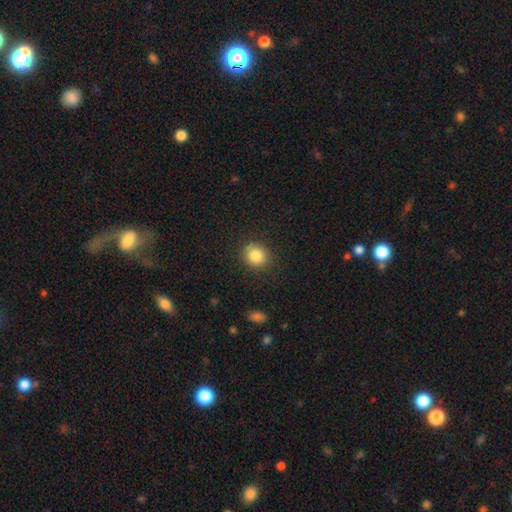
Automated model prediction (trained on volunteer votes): smooth-or-featured: smooth: 84% | star or artifact: 10% | featured or disk: 6%
  how-rounded: round: 81% | in between: 18% | cigar-shaped: 1%
  merging: none: 88% | minor disturbance: 8% | major disturbance: 2% | merger: 1%